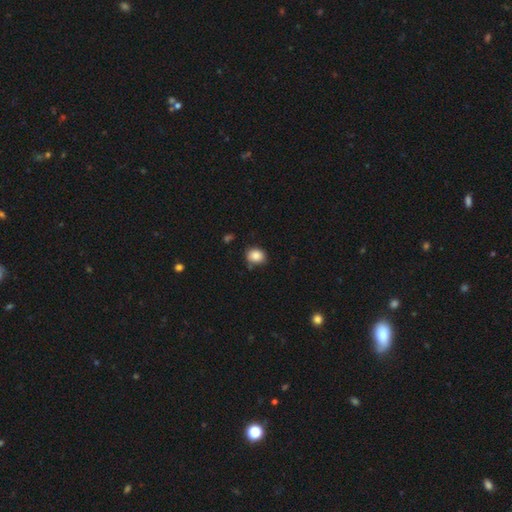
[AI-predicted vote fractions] smooth 86%, star or artifact 9%, featured or disk 5%. Down the decision tree: how rounded — round (55%); merging — none (78%).